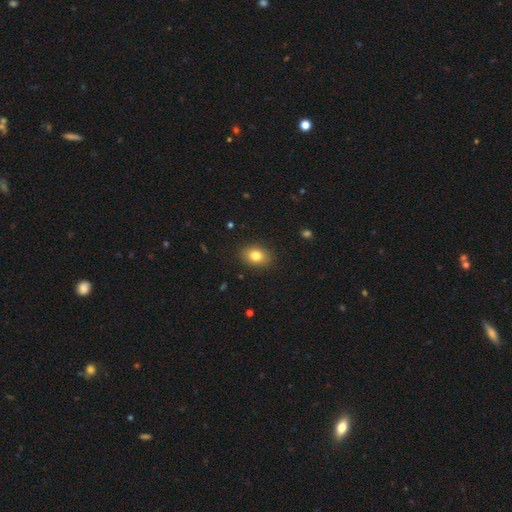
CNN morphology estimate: Smooth or featured? Predicted: smooth (p=0.81). How rounded? Predicted: in between (p=0.73). Merging? Predicted: none (p=0.88).